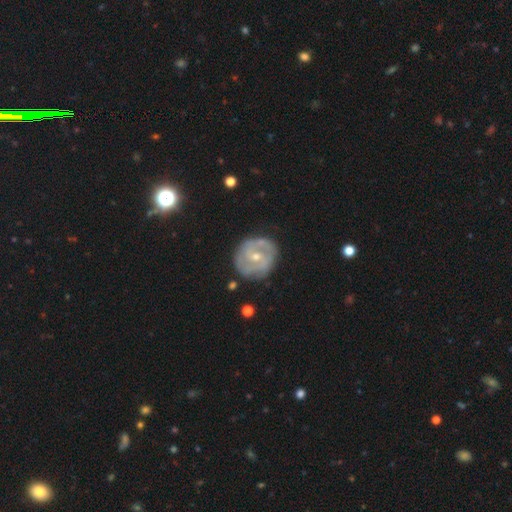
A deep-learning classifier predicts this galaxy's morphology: A featured or disk galaxy (75%) with no bar (47%), 2 (47%) tight (50%) spiral arms (79%) and a small central bulge (56%).

Vote fractions:
- Smooth or featured? featured or disk: 75% / smooth: 20% / star or artifact: 6%
- Edge-on disk? no: 97% / yes: 3%
- Bar? no: 47% / weak: 41% / strong: 11%
- Spiral arms? yes: 79% / no: 21%
- Spiral winding? tight: 50% / medium: 37% / loose: 14%
- Spiral arm count? 2: 47% / can't tell: 30% / 3: 12% / 1: 4% / 4: 4% / more than 4: 3%
- Bulge size? small: 56% / moderate: 41% / large: 1% / none: 1% / dominant: 1%
- Merging? none: 74% / minor disturbance: 18% / major disturbance: 6% / merger: 2%